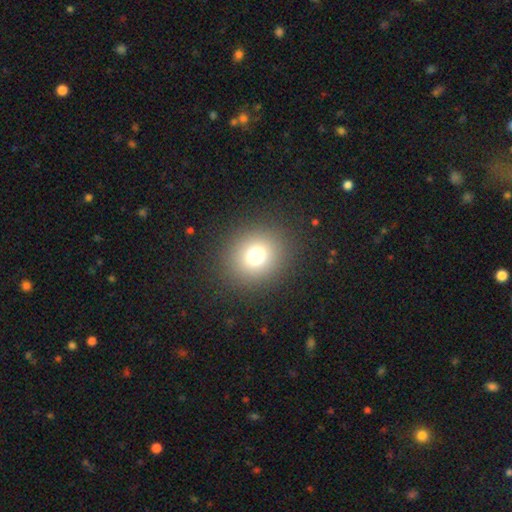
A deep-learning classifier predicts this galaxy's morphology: The model was most divided on "smooth or featured": smooth: 73%, star or artifact: 17%, featured or disk: 10%. More confident: merging — none (88%); how rounded — round (81%).